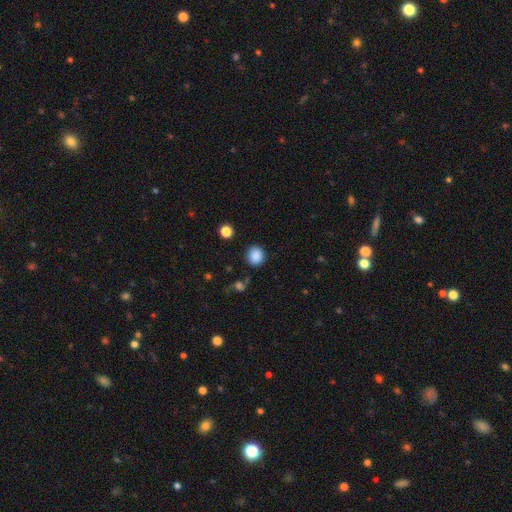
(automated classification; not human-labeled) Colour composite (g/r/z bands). It shows a smooth galaxy with no disk features (87%) that is round (83%). Merging: none (87%).